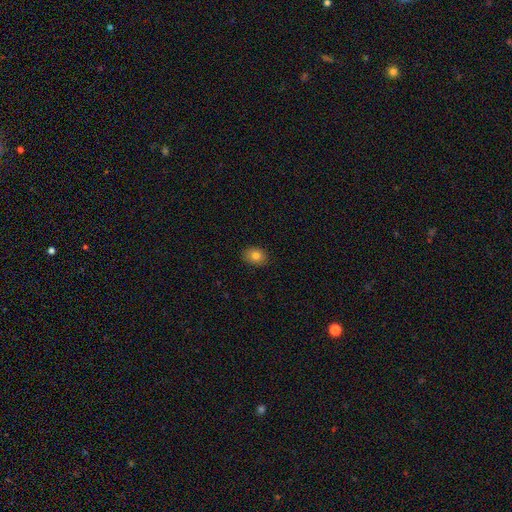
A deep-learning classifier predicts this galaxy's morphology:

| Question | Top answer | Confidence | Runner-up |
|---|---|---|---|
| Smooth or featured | smooth | 80% | star or artifact (10%) |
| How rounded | in between | 62% | round (37%) |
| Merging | none | 87% | minor disturbance (10%) |